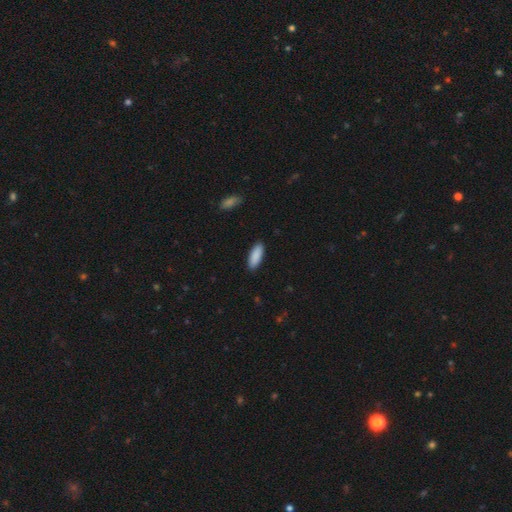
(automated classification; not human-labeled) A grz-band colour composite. It shows a smooth galaxy with no disk features (90%) that is in between round and cigar-shaped (69%). Merging: none (90%).